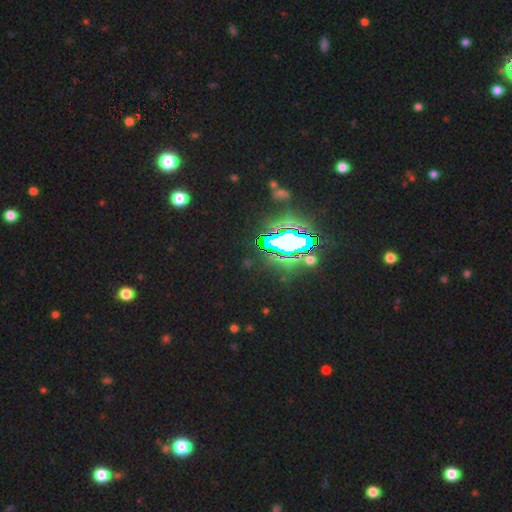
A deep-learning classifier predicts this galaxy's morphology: Smooth or featured? Predicted: star or artifact (p=0.85).